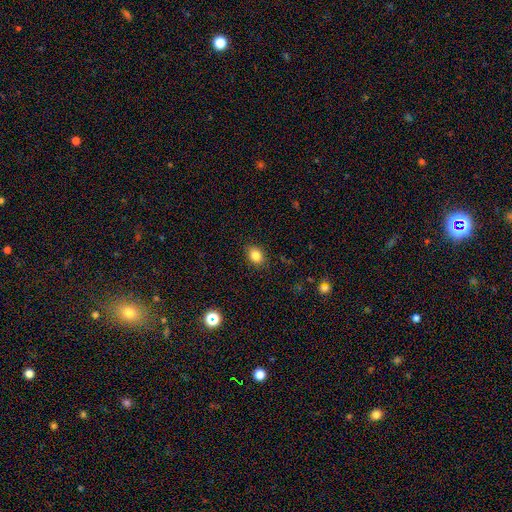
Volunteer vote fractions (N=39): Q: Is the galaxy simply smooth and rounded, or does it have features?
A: smooth — 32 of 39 (82%).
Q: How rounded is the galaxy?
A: in between — 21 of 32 (66%).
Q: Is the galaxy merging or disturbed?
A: none — 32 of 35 (91%).